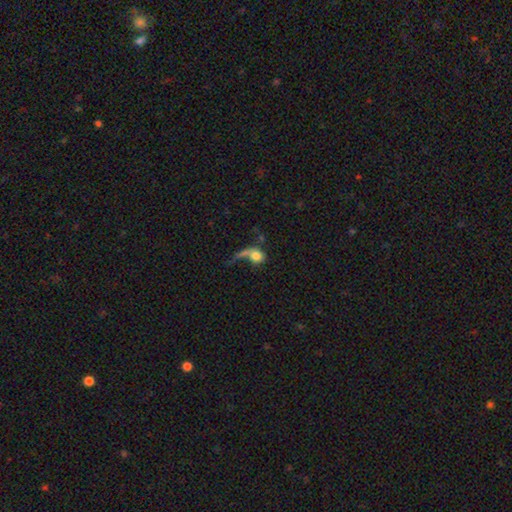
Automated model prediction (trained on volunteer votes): This appears to be a smooth galaxy with no disk features (61%) that is round (70%). Merging: major disturbance (47%).